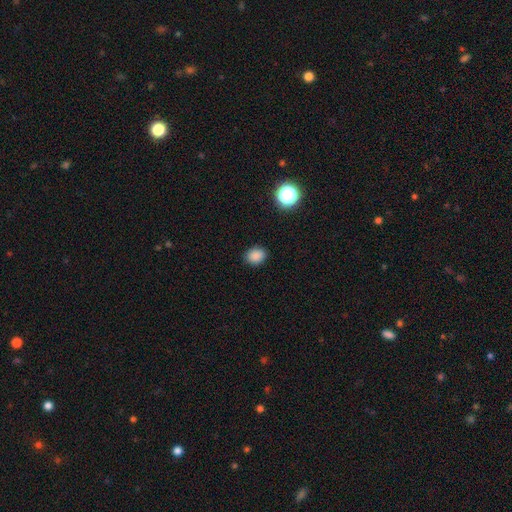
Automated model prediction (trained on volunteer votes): Overall: smooth (85%). How rounded: in between (50%; round 49%). Merging: none (88%).